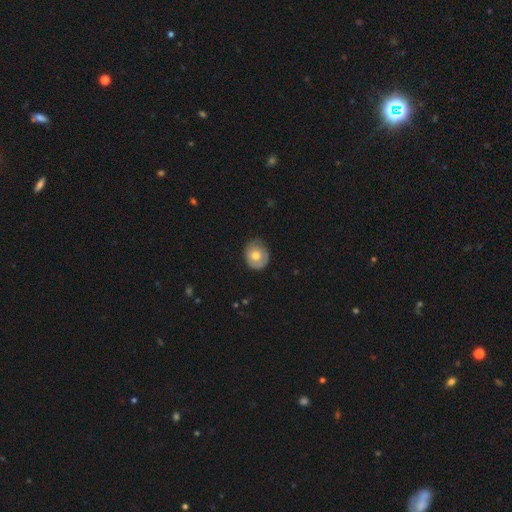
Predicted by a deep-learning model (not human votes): Overall: smooth (66%; featured or disk 28%). How rounded: round (72%). Merging: none (73%).